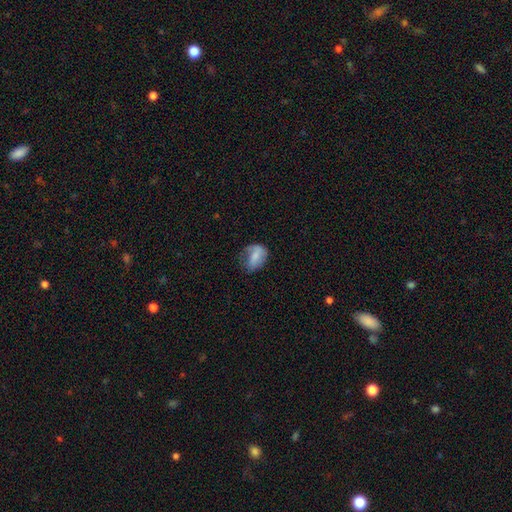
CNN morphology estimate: Q: Smooth or featured?
A: smooth (66%); runner-up: featured or disk (26%)
Q: How rounded?
A: in between (75%); runner-up: round (22%)
Q: Merging?
A: none (42%); runner-up: minor disturbance (32%)